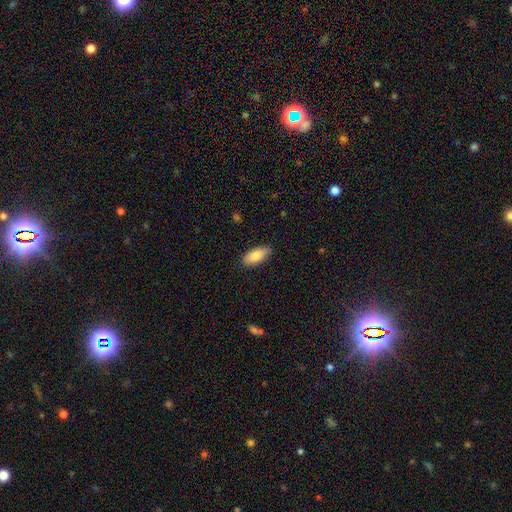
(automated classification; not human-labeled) Smooth or featured?
  - smooth: 84% *
  - featured or disk: 10%
  - star or artifact: 6%
How rounded?
  - in between: 88% *
  - cigar-shaped: 10%
  - round: 2%
Merging?
  - none: 85% *
  - minor disturbance: 11%
  - major disturbance: 2%
  - merger: 1%